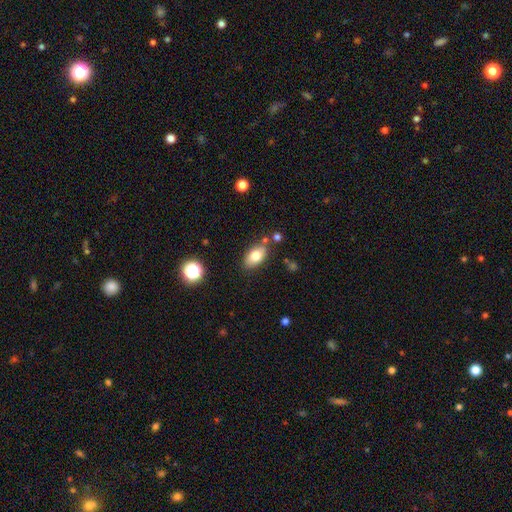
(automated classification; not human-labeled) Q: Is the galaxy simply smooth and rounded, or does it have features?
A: smooth — 78%.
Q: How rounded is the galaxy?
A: in between — 90%.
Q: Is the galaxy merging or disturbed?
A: none — 78%.